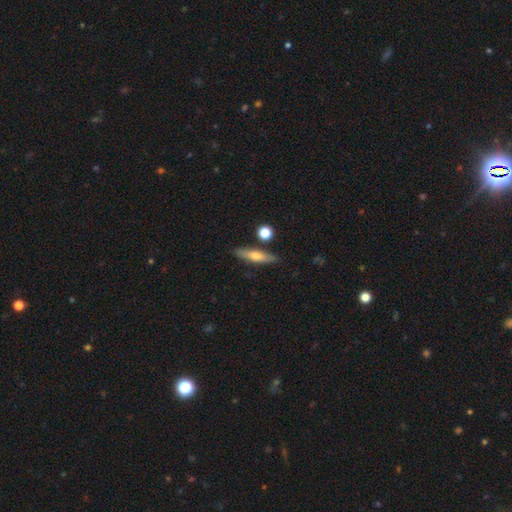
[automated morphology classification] smooth-or-featured: smooth: 55% | featured or disk: 38% | star or artifact: 7%
  how-rounded: cigar-shaped: 77% | in between: 20% | round: 4%
  merging: none: 83% | minor disturbance: 10% | merger: 5% | major disturbance: 2%